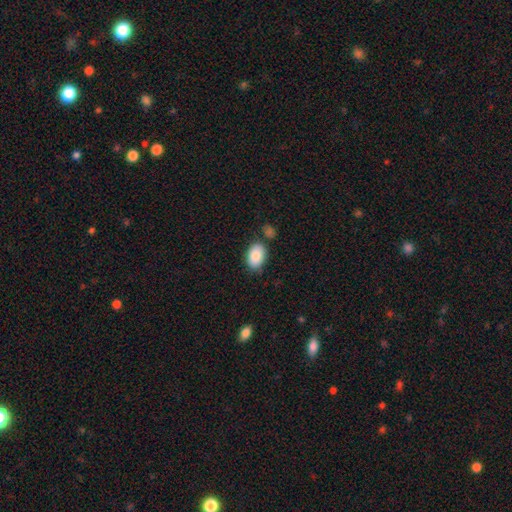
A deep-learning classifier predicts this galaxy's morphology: Q: Smooth or featured?
A: smooth (87%); runner-up: featured or disk (7%)
Q: How rounded?
A: in between (90%); runner-up: round (9%)
Q: Merging?
A: none (77%); runner-up: minor disturbance (14%)